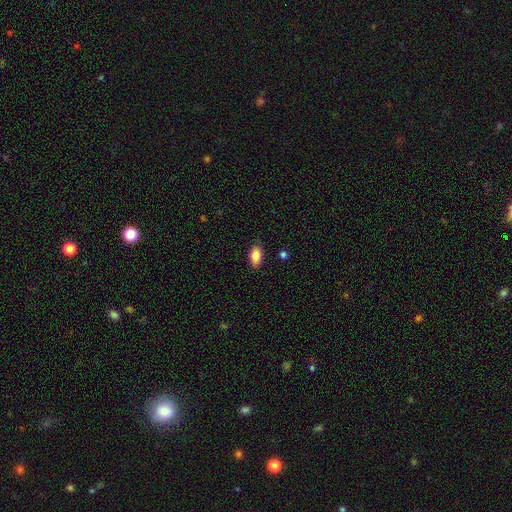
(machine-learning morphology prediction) The model was most divided on "merging": none: 85%, minor disturbance: 11%, major disturbance: 2%, merger: 1%. More confident: how rounded — in between (91%); smooth or featured — smooth (85%).